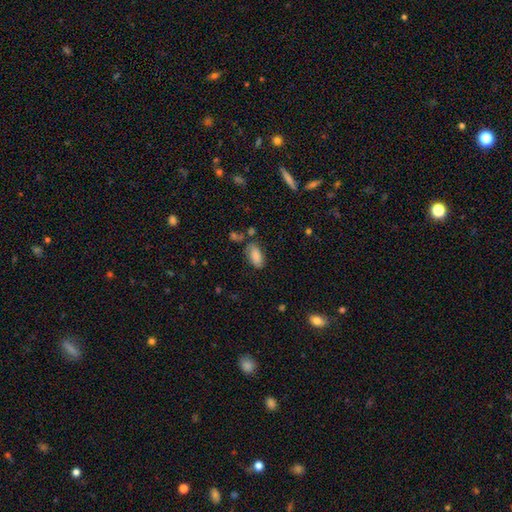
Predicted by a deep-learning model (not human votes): smooth_or_featured: smooth (p=0.79) [alt: featured or disk p=0.13]
how_rounded: in between (p=0.93) [alt: cigar-shaped p=0.04]
merging: none (p=0.64) [alt: minor disturbance p=0.22]